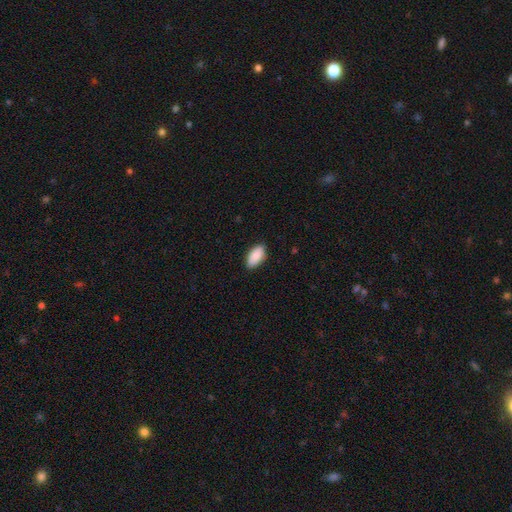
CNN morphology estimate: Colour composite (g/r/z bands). It shows a smooth galaxy with no disk features (89%) that is in between round and cigar-shaped (95%). Merging: none (87%).